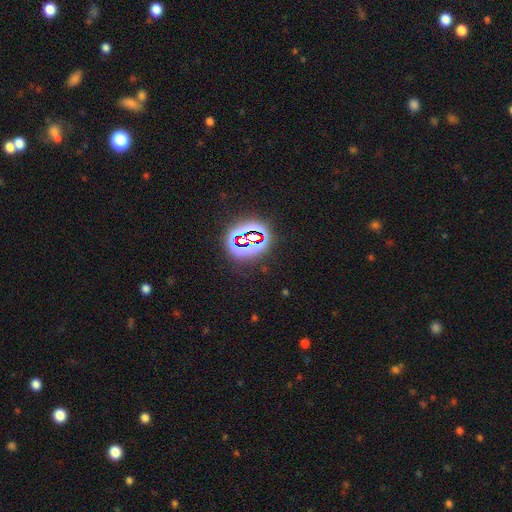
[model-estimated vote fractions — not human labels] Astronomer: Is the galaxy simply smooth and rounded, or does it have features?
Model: star or artifact — 80%.